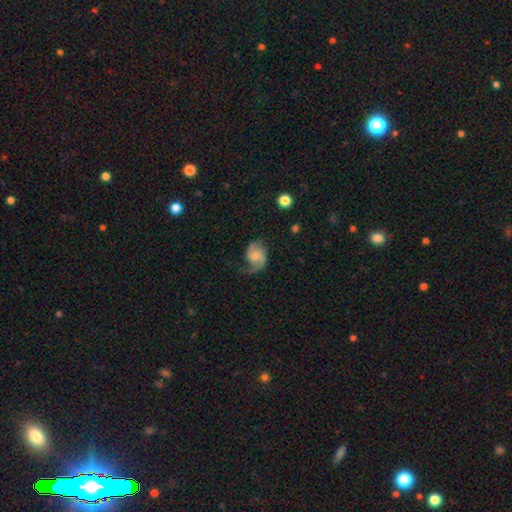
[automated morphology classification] featured or disk 73%, smooth 21%, star or artifact 7%. Down the decision tree: edge-on disk — no (98%); bar — no (64%); spiral arms — yes (95%); spiral arm count — 2 (63%); spiral winding — loose (43%); bulge size — none (33%); merging — none (49%).